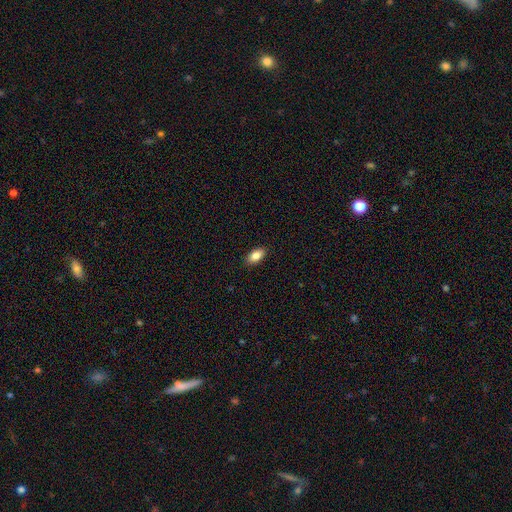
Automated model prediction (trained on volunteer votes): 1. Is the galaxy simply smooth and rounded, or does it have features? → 86% smooth, 7% star or artifact, 7% featured or disk.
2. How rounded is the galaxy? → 92% in between, 4% cigar-shaped, 4% round.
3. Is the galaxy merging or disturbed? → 89% none, 8% minor disturbance, 2% major disturbance, 1% merger.